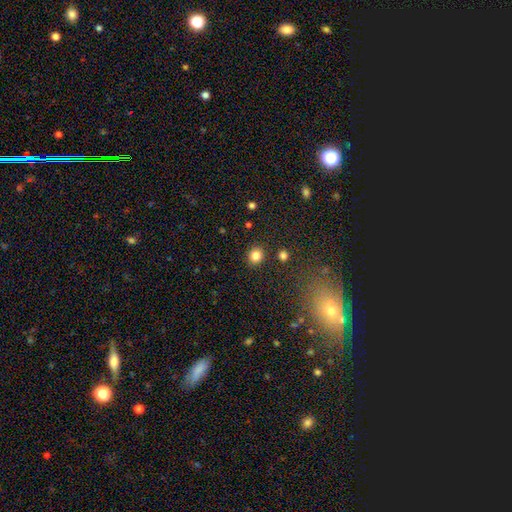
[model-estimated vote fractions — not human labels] Smooth or featured?
  - smooth: 83% *
  - star or artifact: 12%
  - featured or disk: 5%
How rounded?
  - round: 78% *
  - in between: 22%
  - cigar-shaped: 1%
Merging?
  - none: 89% *
  - minor disturbance: 7%
  - merger: 3%
  - major disturbance: 2%